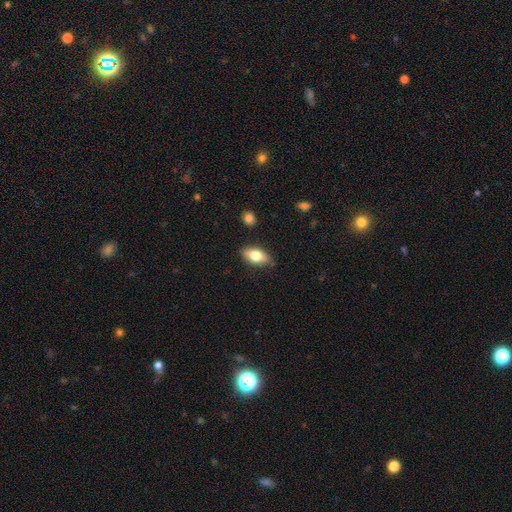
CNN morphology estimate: Smooth or featured?
  - smooth: 75% *
  - featured or disk: 18%
  - star or artifact: 7%
How rounded?
  - in between: 88% *
  - cigar-shaped: 8%
  - round: 4%
Merging?
  - none: 84% *
  - minor disturbance: 12%
  - major disturbance: 2%
  - merger: 2%